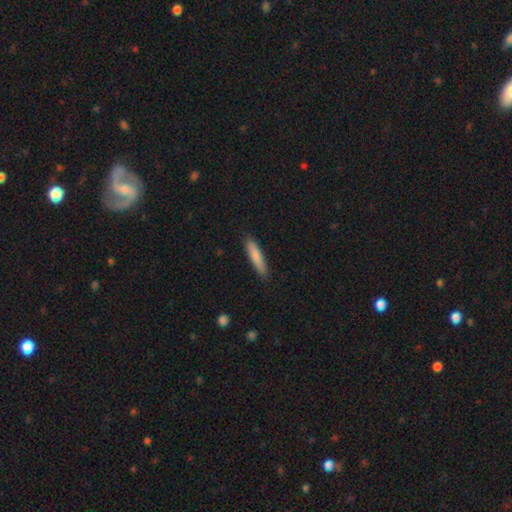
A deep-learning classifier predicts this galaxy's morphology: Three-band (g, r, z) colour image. It shows a smooth galaxy with no disk features (80%) that is cigar-shaped (87%). Merging: none (87%).